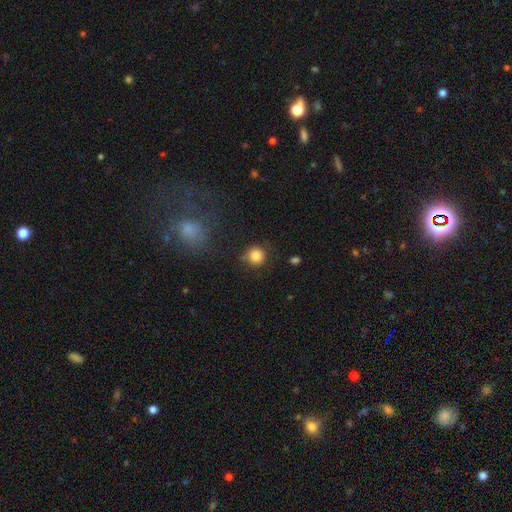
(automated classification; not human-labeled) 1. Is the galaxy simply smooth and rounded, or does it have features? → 85% smooth, 10% star or artifact, 5% featured or disk.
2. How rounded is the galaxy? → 91% round, 8% in between, 1% cigar-shaped.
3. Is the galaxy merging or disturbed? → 76% none, 16% minor disturbance, 5% major disturbance, 3% merger.